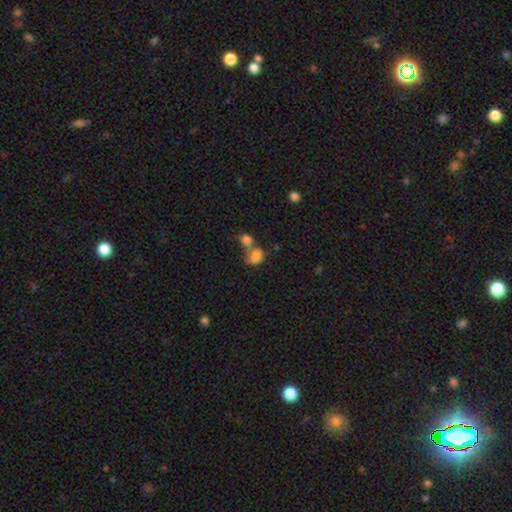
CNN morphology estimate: A smooth galaxy with no disk features (79%) that is in between round and cigar-shaped (59%).

Vote fractions:
- Smooth or featured? smooth: 79% / featured or disk: 11% / star or artifact: 10%
- How rounded? in between: 59% / round: 39% / cigar-shaped: 1%
- Merging? merger: 60% / none: 24% / minor disturbance: 10% / major disturbance: 6%